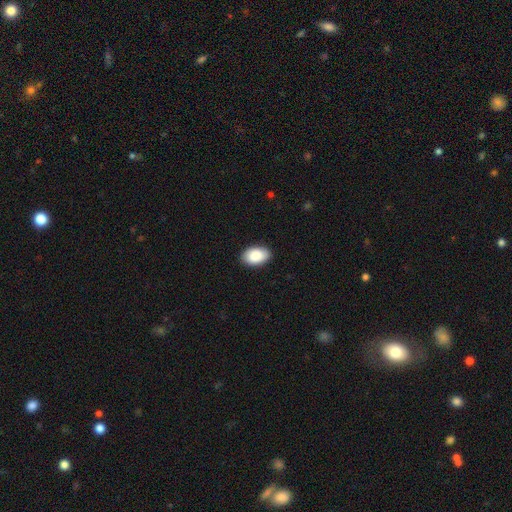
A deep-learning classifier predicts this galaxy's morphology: Smooth or featured? smooth (89%)
How rounded? in between (92%)
Merging? none (89%)